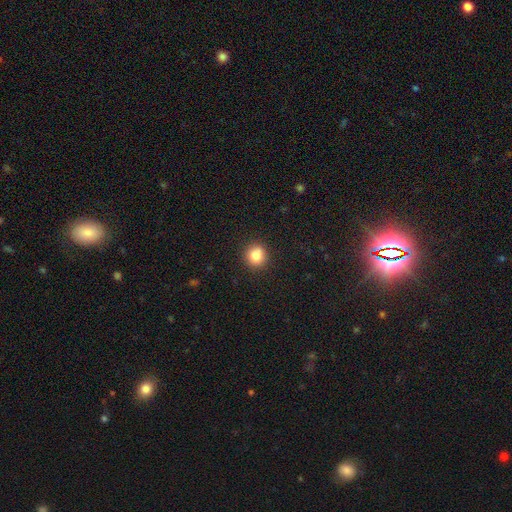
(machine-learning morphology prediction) Overall: smooth (82%). How rounded: round (89%). Merging: none (85%).